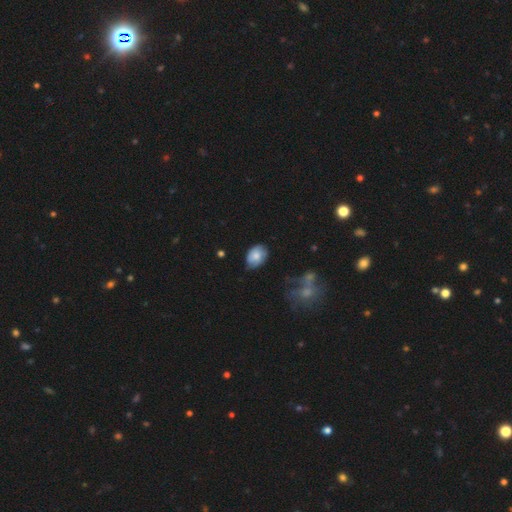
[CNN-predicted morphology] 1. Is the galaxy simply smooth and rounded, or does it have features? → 69% smooth, 23% featured or disk, 7% star or artifact.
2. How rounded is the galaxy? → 78% in between, 20% round, 1% cigar-shaped.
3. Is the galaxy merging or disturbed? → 64% none, 28% minor disturbance, 6% major disturbance, 2% merger.